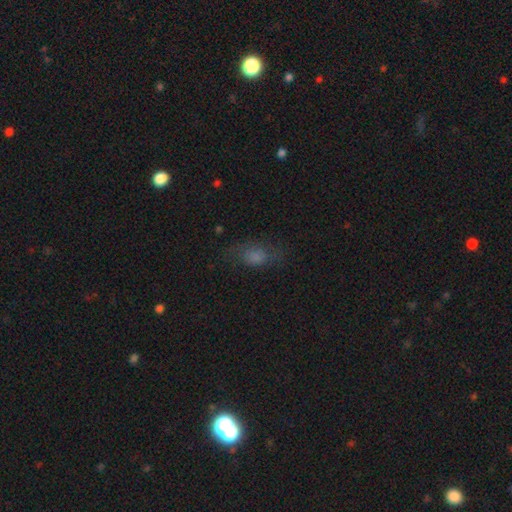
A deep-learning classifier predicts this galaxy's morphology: This appears to be a smooth galaxy with no disk features (64%) that is in between round and cigar-shaped (77%). Merging: none (62%).